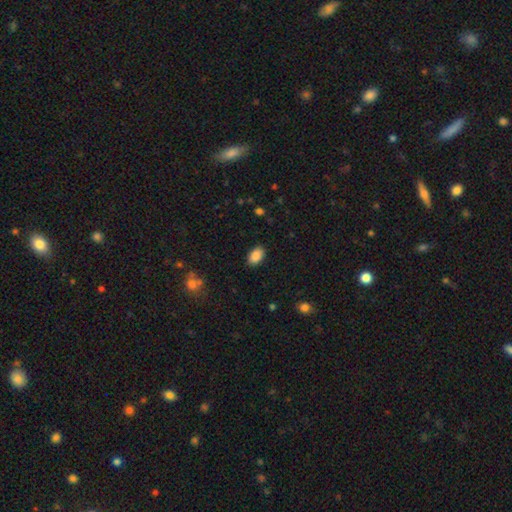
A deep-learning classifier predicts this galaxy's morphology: A smooth galaxy with no disk features (87%) that is in between round and cigar-shaped (91%).

Vote fractions:
- Smooth or featured? smooth: 87% / star or artifact: 8% / featured or disk: 5%
- How rounded? in between: 91% / round: 8% / cigar-shaped: 1%
- Merging? none: 87% / minor disturbance: 9% / major disturbance: 2% / merger: 1%